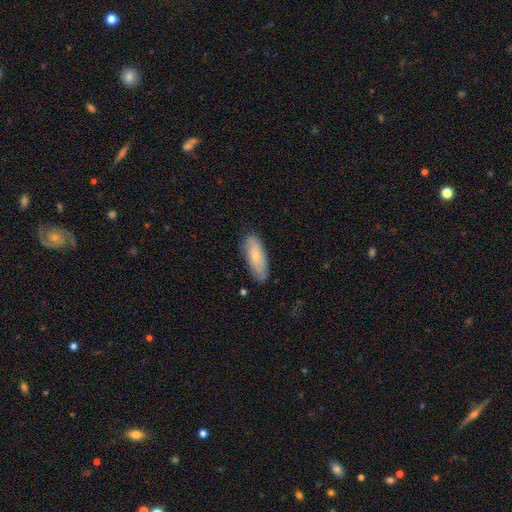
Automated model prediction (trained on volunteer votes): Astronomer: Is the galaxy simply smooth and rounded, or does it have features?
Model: smooth — 69%.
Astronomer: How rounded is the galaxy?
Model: in between — 71%.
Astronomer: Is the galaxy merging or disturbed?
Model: none — 79%.